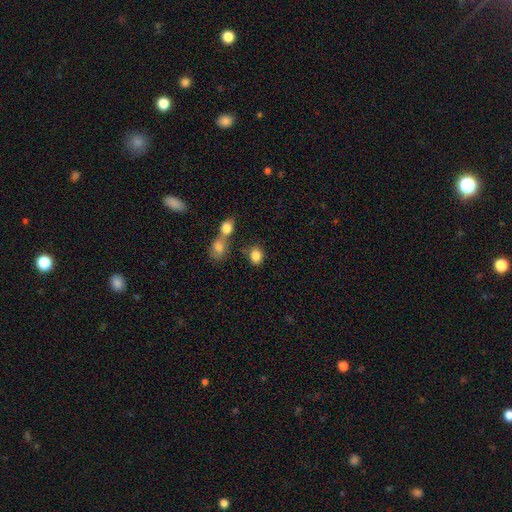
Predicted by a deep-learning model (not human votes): smooth 85%, star or artifact 10%, featured or disk 6%. Down the decision tree: how rounded — round (55%); merging — none (67%).